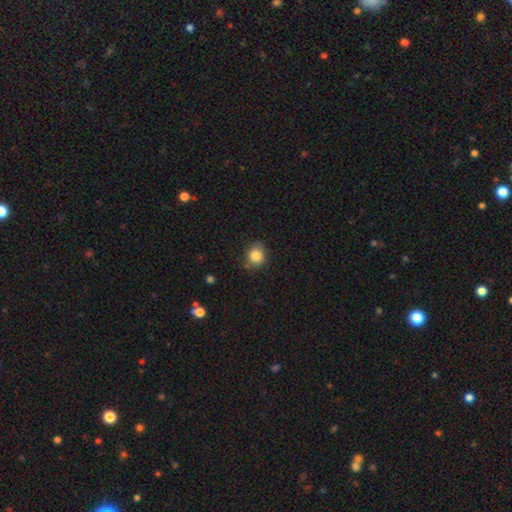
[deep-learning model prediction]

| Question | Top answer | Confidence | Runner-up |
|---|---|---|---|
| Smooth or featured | smooth | 84% | star or artifact (10%) |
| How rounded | round | 77% | in between (22%) |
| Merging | none | 74% | minor disturbance (20%) |